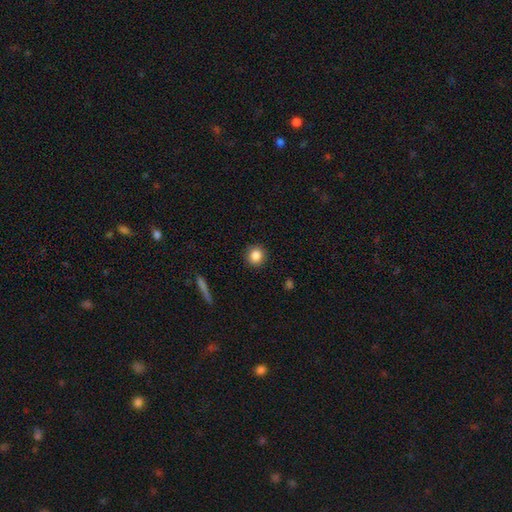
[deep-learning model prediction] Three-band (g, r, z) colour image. It shows a smooth galaxy with no disk features (85%) that is round (89%). Merging: none (91%).